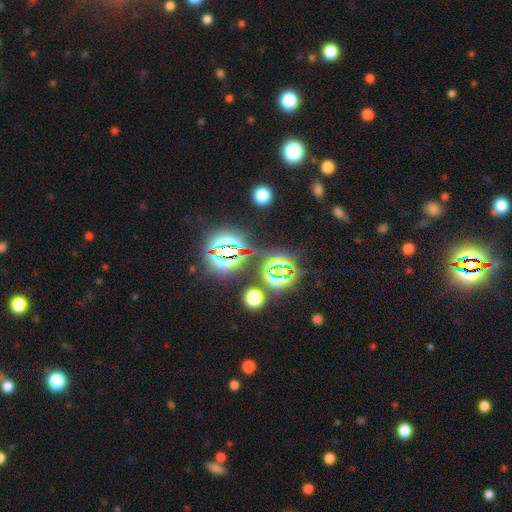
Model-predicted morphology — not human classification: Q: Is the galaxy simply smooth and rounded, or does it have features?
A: star or artifact — 78%.